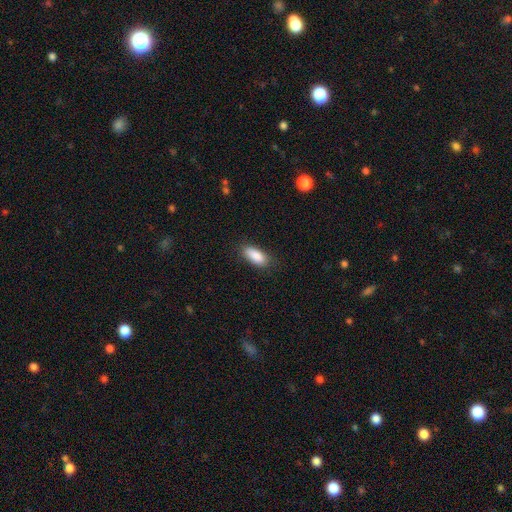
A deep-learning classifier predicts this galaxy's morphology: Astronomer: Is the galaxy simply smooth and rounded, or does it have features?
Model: smooth — 88%.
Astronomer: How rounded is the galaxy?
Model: in between — 83%.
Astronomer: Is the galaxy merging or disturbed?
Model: none — 82%.